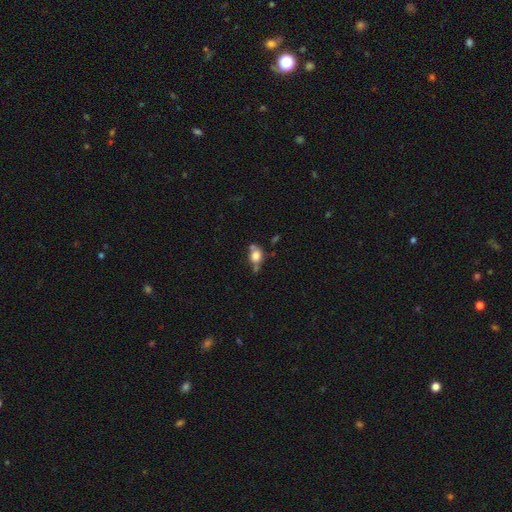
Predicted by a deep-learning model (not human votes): smooth_or_featured: smooth (p=0.74) [alt: featured or disk p=0.14]
how_rounded: round (p=0.53) [alt: in between p=0.45]
merging: none (p=0.46) [alt: merger p=0.25]